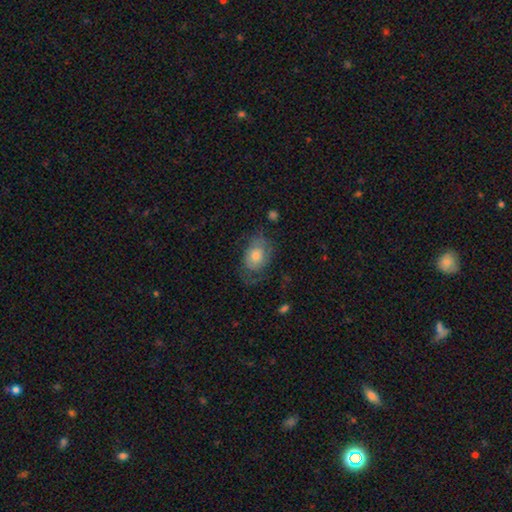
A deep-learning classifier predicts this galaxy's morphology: Smooth or featured? Predicted: smooth (p=0.56). How rounded? Predicted: in between (p=0.77). Merging? Predicted: none (p=0.54).